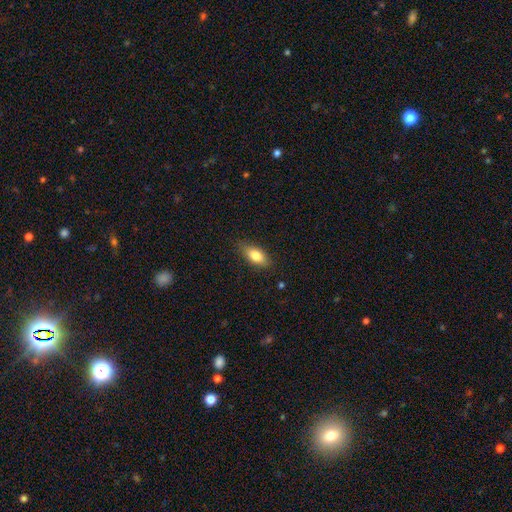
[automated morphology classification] smooth_or_featured: smooth (p=0.78) [alt: featured or disk p=0.14]
how_rounded: in between (p=0.83) [alt: cigar-shaped p=0.13]
merging: none (p=0.81) [alt: minor disturbance p=0.15]